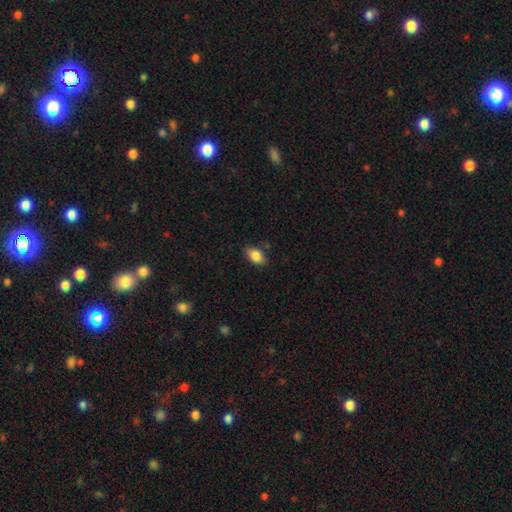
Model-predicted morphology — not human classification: Q: Smooth or featured?
A: smooth (86%); runner-up: star or artifact (8%)
Q: How rounded?
A: in between (88%); runner-up: round (9%)
Q: Merging?
A: none (82%); runner-up: minor disturbance (14%)